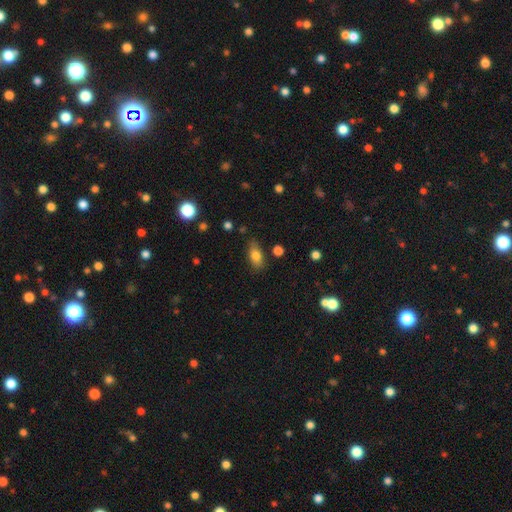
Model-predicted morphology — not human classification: Q: Smooth or featured?
A: smooth (79%); runner-up: featured or disk (12%)
Q: How rounded?
A: in between (85%); runner-up: cigar-shaped (8%)
Q: Merging?
A: none (78%); runner-up: minor disturbance (16%)